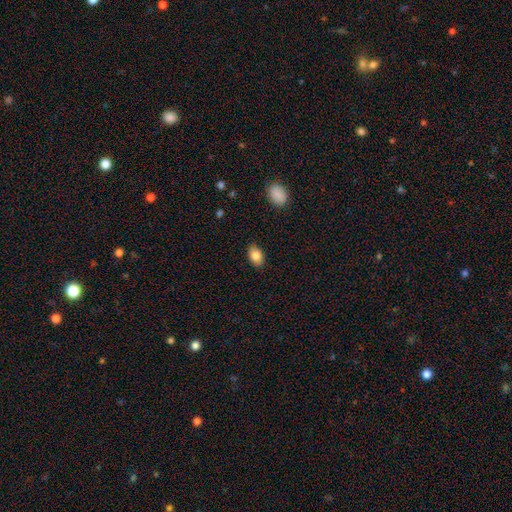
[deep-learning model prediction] Smooth or featured?
  - smooth: 85% *
  - star or artifact: 8%
  - featured or disk: 7%
How rounded?
  - in between: 83% *
  - round: 15%
  - cigar-shaped: 1%
Merging?
  - none: 87% *
  - minor disturbance: 10%
  - major disturbance: 2%
  - merger: 1%